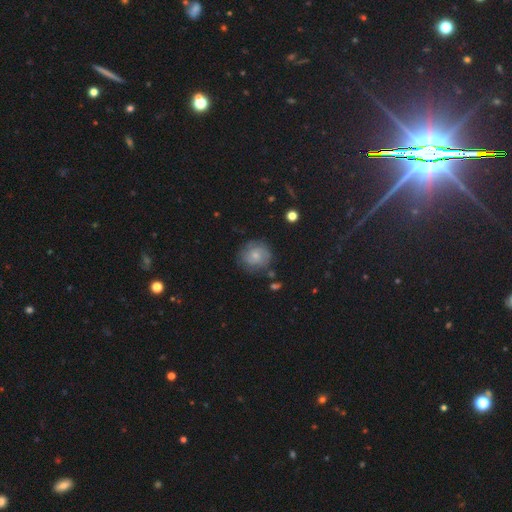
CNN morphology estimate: A featured or disk galaxy (46%).

Vote fractions:
- Smooth or featured? featured or disk: 46% / smooth: 45% / star or artifact: 9%
- Merging? none: 74% / minor disturbance: 17% / major disturbance: 7% / merger: 2%